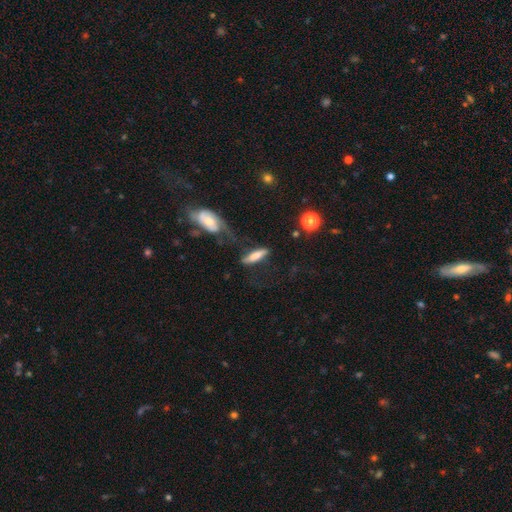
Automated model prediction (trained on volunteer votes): A smooth galaxy with no disk features (59%) that is cigar-shaped (69%). Merging: none (49%).